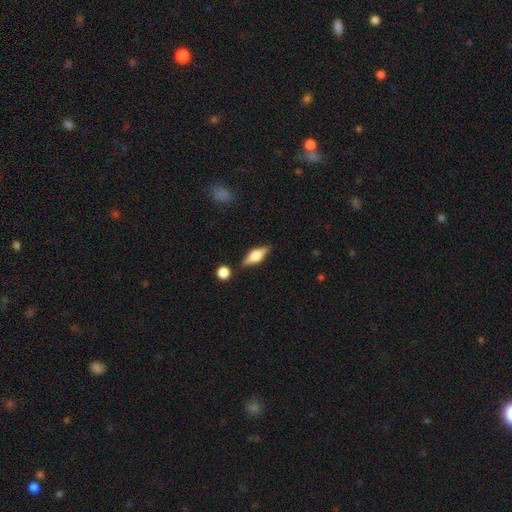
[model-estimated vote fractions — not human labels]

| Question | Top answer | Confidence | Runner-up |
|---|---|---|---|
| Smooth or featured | featured or disk | 61% | smooth (32%) |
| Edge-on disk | yes | 95% | no (5%) |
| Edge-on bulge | rounded | 92% | boxy (6%) |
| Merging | none | 85% | minor disturbance (10%) |